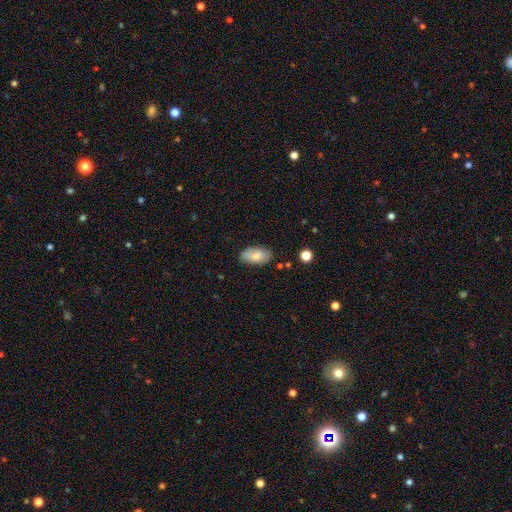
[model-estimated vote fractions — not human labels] This is clearly a smooth galaxy (80%). How rounded: clearly in between (93%). Merging: likely none (78%).